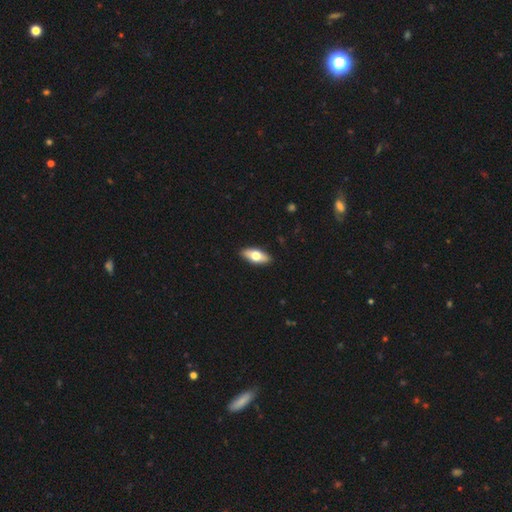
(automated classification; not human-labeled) smooth 64%, featured or disk 31%, star or artifact 5%. Down the decision tree: how rounded — in between (80%); merging — none (91%).